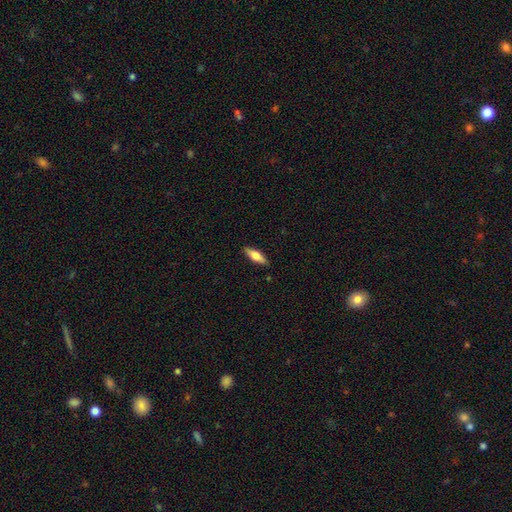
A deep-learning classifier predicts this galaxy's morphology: Smooth or featured?
  - smooth: 57% *
  - featured or disk: 37%
  - star or artifact: 6%
How rounded?
  - cigar-shaped: 53% *
  - in between: 45%
  - round: 2%
Merging?
  - none: 88% *
  - minor disturbance: 9%
  - major disturbance: 2%
  - merger: 1%